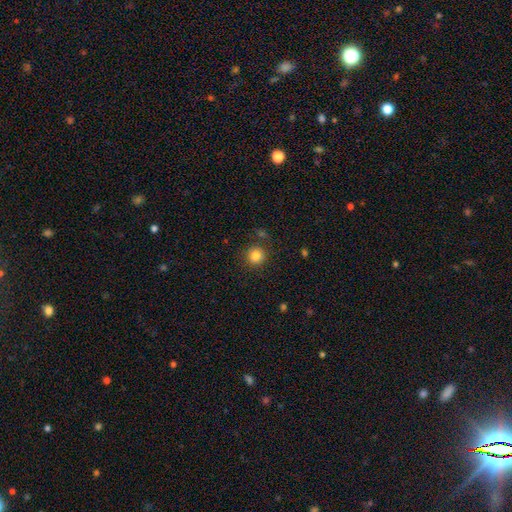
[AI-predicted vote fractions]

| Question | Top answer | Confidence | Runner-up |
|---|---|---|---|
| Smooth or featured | smooth | 83% | star or artifact (11%) |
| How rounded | round | 93% | in between (6%) |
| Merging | none | 85% | minor disturbance (8%) |